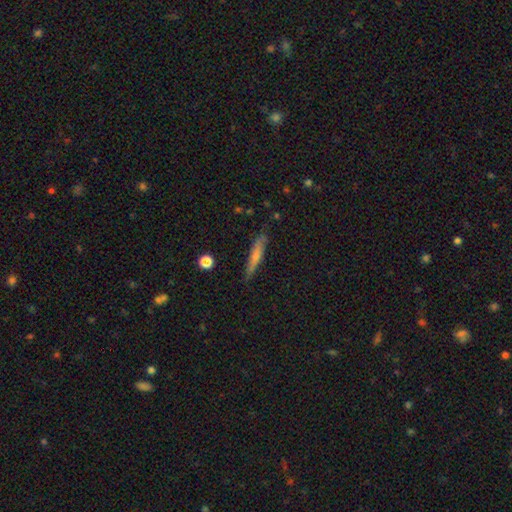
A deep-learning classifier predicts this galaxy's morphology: Q: Smooth or featured?
A: smooth (61%); runner-up: featured or disk (32%)
Q: How rounded?
A: cigar-shaped (90%); runner-up: in between (8%)
Q: Merging?
A: none (79%); runner-up: minor disturbance (16%)